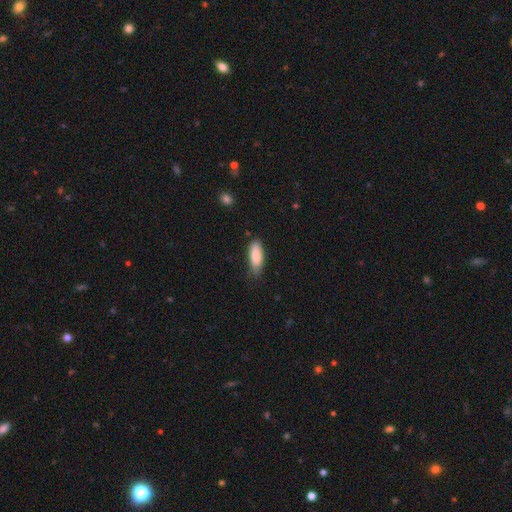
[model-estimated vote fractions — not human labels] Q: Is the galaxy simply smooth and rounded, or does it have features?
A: smooth — 86%.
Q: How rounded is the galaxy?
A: in between — 69%.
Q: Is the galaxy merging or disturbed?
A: none — 72%.